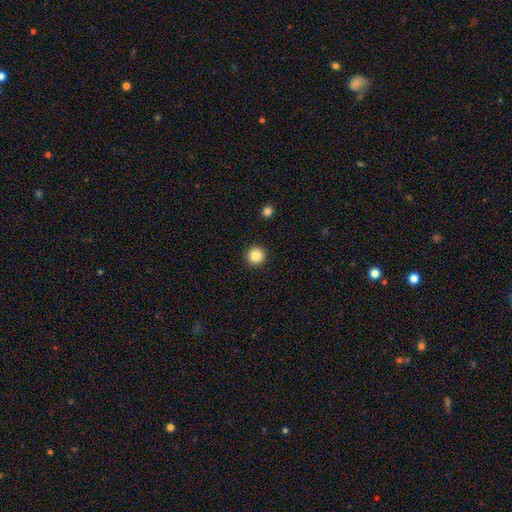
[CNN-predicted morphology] smooth-or-featured: smooth: 85% | star or artifact: 10% | featured or disk: 5%
  how-rounded: round: 96% | in between: 3% | cigar-shaped: 1%
  merging: none: 93% | minor disturbance: 4% | major disturbance: 1% | merger: 1%